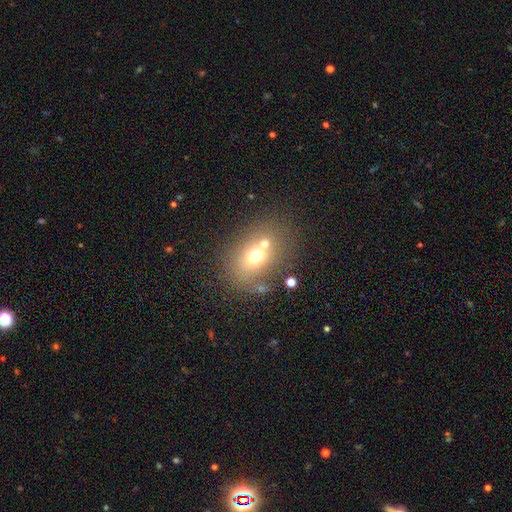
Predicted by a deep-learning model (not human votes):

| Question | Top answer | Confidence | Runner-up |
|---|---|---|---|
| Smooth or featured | smooth | 61% | featured or disk (24%) |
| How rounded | in between | 59% | round (39%) |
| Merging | none | 49% | merger (30%) |